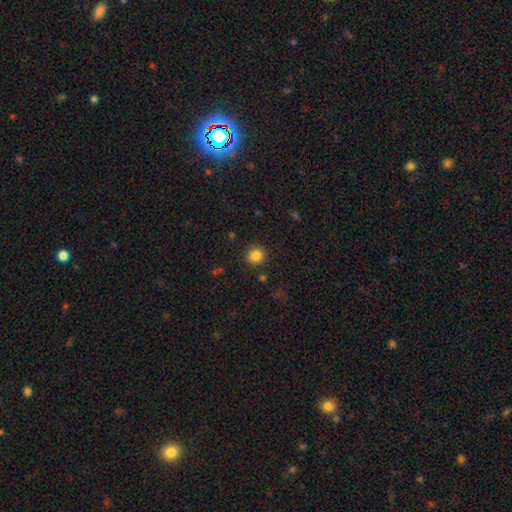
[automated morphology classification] smooth 84%, star or artifact 12%, featured or disk 5%. Down the decision tree: how rounded — round (91%); merging — none (89%).